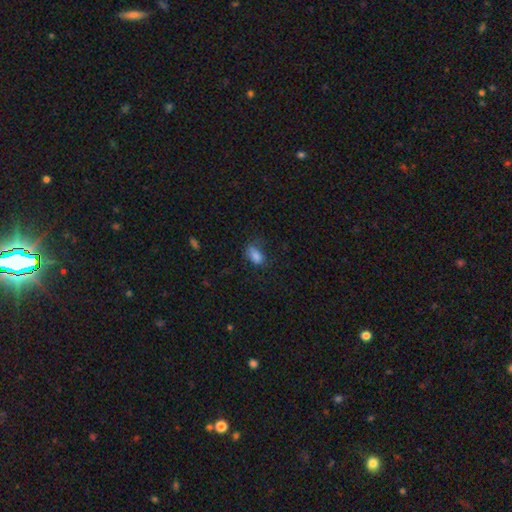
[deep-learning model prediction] This is clearly a smooth galaxy (80%). How rounded: clearly in between (88%). Merging: possibly none (45%).